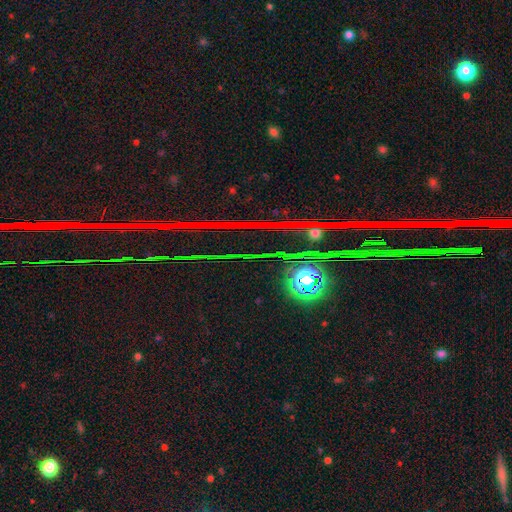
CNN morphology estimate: type=star or artifact (82%).